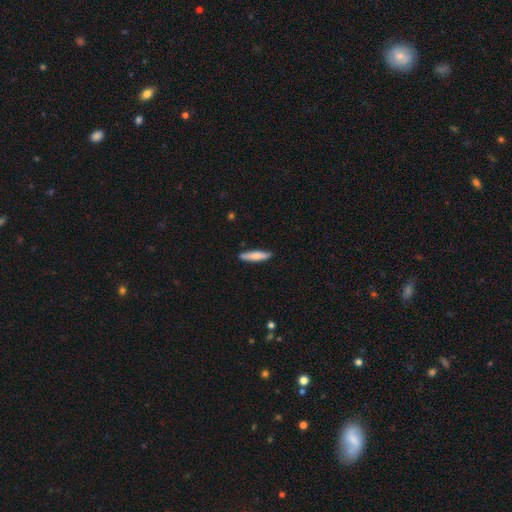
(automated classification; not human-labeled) Smooth or featured? smooth (75%)
How rounded? cigar-shaped (82%)
Merging? none (88%)